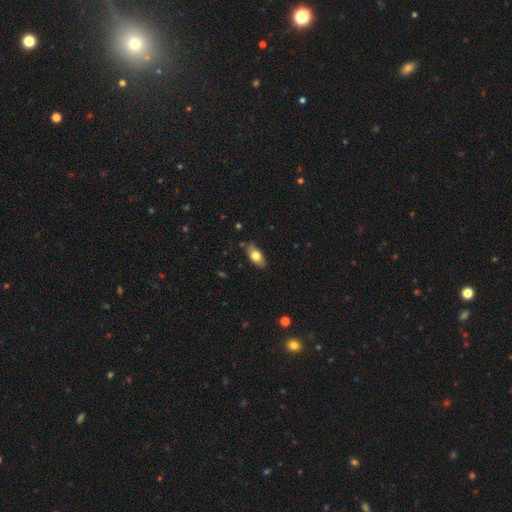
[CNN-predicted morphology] A smooth galaxy with no disk features (72%) that is in between round and cigar-shaped (85%).

Vote fractions:
- Smooth or featured? smooth: 72% / featured or disk: 22% / star or artifact: 7%
- How rounded? in between: 85% / cigar-shaped: 11% / round: 4%
- Merging? none: 82% / minor disturbance: 14% / major disturbance: 2% / merger: 2%